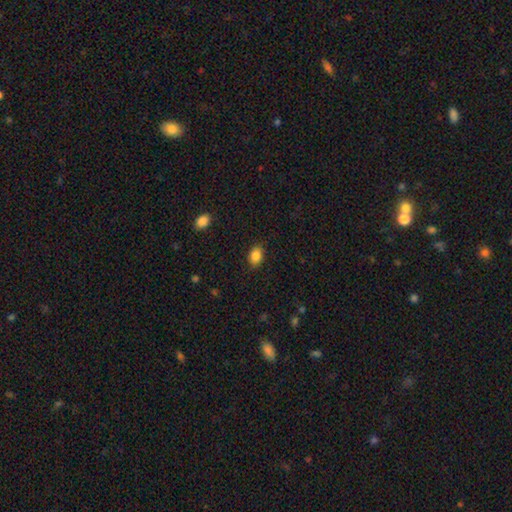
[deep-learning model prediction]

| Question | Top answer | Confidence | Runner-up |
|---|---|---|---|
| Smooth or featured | smooth | 86% | star or artifact (9%) |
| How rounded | in between | 75% | round (23%) |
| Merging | none | 84% | minor disturbance (12%) |